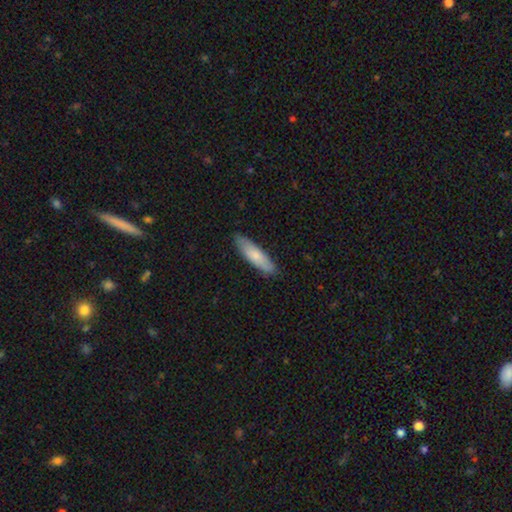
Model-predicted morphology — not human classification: The model was most divided on "how rounded": cigar-shaped: 64%, in between: 35%, round: 2%. More confident: merging — none (85%); smooth or featured — smooth (75%).